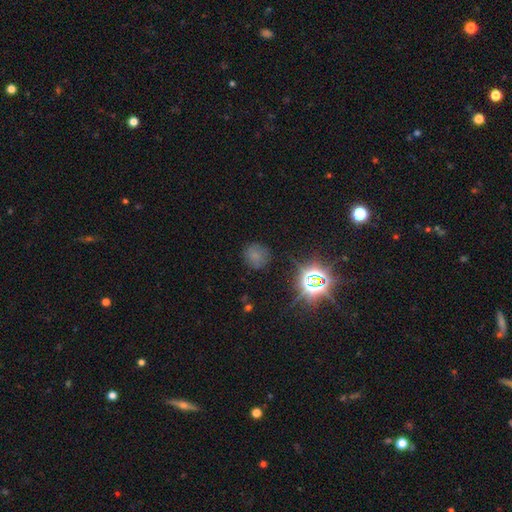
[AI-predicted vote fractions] The model was most divided on "smooth or featured": smooth: 55%, star or artifact: 32%, featured or disk: 13%. More confident: how rounded — round (83%); merging — none (77%).